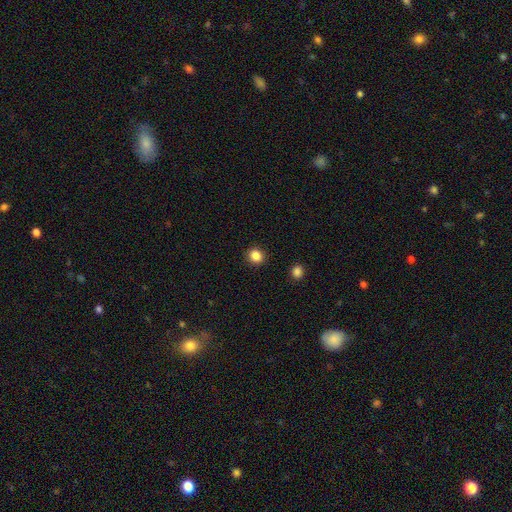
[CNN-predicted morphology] smooth_or_featured: smooth (p=0.85) [alt: star or artifact p=0.11]
how_rounded: round (p=0.87) [alt: in between p=0.12]
merging: none (p=0.92) [alt: minor disturbance p=0.05]